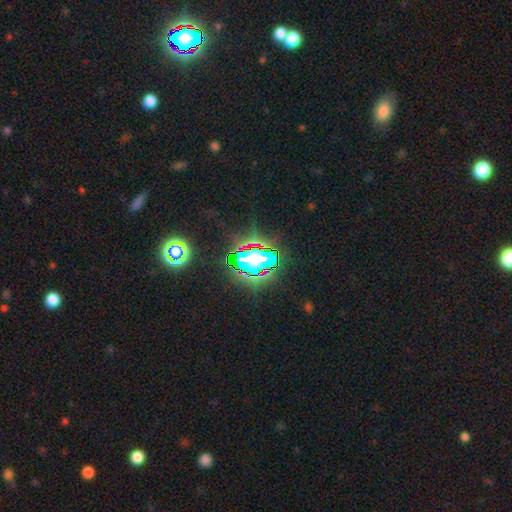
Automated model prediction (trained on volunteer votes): Smooth or featured? Predicted: star or artifact (p=0.81).